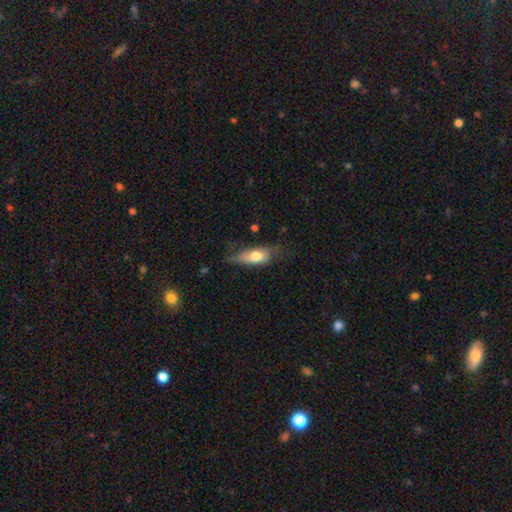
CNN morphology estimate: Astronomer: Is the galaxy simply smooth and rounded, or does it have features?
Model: smooth — 68%.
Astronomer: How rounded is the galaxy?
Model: in between — 71%.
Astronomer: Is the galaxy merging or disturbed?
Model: none — 49% (runner-up: minor disturbance, 34%).